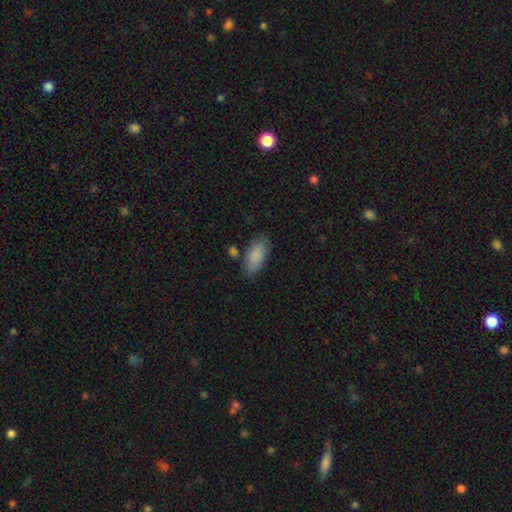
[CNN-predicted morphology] The model was most divided on "merging": none: 76%, minor disturbance: 15%, merger: 5%, major disturbance: 4%. More confident: how rounded — in between (90%); smooth or featured — smooth (87%).